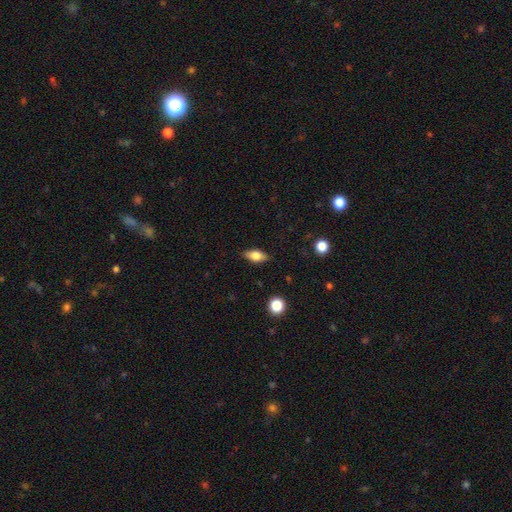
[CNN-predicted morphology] smooth-or-featured: smooth: 71% | featured or disk: 22% | star or artifact: 8%
  how-rounded: in between: 81% | cigar-shaped: 13% | round: 6%
  merging: none: 84% | minor disturbance: 12% | major disturbance: 3% | merger: 1%